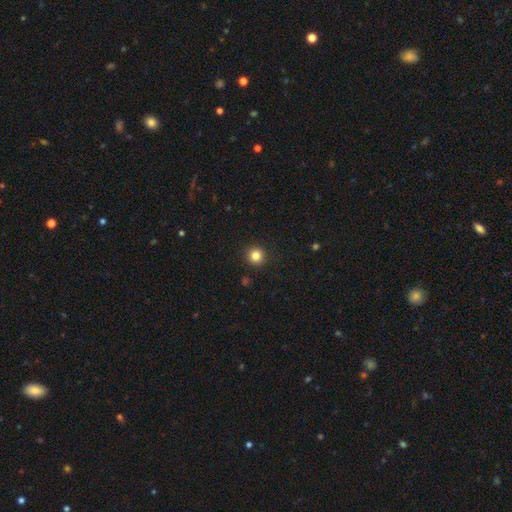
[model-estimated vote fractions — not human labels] The model was most divided on "smooth or featured": smooth: 83%, star or artifact: 12%, featured or disk: 5%. More confident: how rounded — round (95%); merging — none (93%).